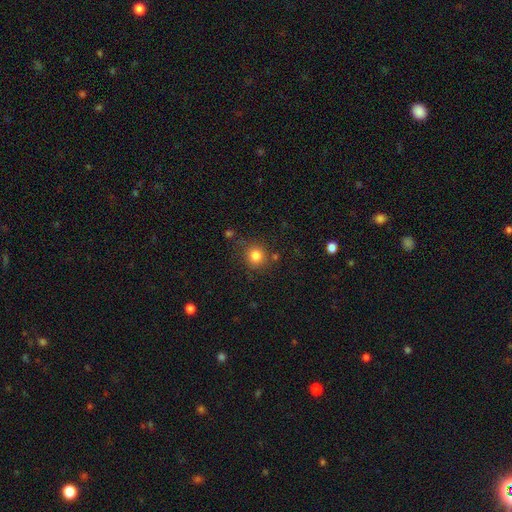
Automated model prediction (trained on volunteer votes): Smooth or featured?
  - smooth: 82% *
  - star or artifact: 12%
  - featured or disk: 6%
How rounded?
  - round: 91% *
  - in between: 8%
  - cigar-shaped: 1%
Merging?
  - none: 80% *
  - minor disturbance: 11%
  - merger: 5%
  - major disturbance: 4%